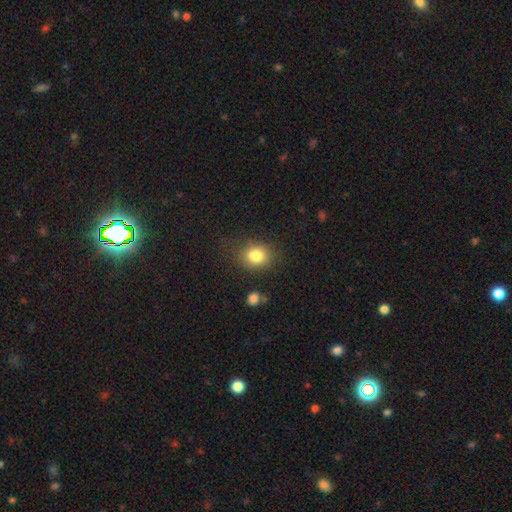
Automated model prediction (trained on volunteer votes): smooth 83%, star or artifact 10%, featured or disk 7%. Down the decision tree: how rounded — round (61%); merging — none (75%).